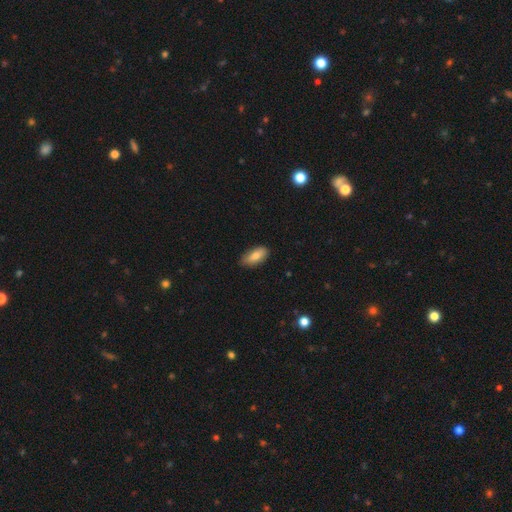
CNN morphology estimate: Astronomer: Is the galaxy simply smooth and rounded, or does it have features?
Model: smooth — 79%.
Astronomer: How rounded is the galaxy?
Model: in between — 86%.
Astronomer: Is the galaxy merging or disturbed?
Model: none — 81%.